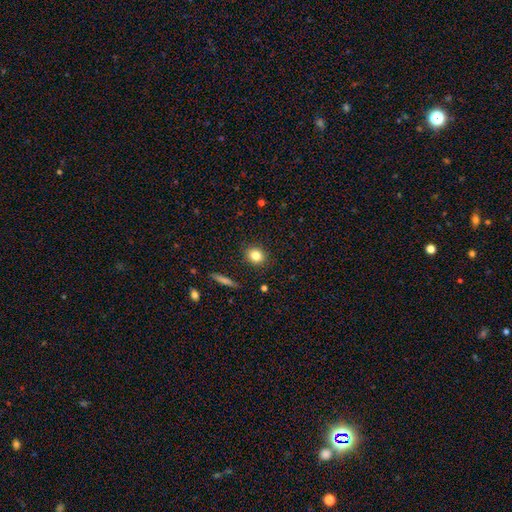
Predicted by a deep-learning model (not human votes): Overall: smooth (81%). How rounded: round (74%). Merging: none (89%).